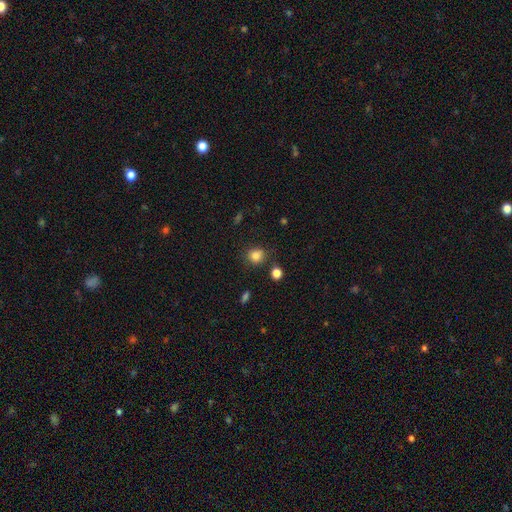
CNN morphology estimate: smooth-or-featured: smooth: 82% | star or artifact: 12% | featured or disk: 6%
  how-rounded: round: 79% | in between: 19% | cigar-shaped: 1%
  merging: none: 80% | minor disturbance: 12% | merger: 4% | major disturbance: 3%